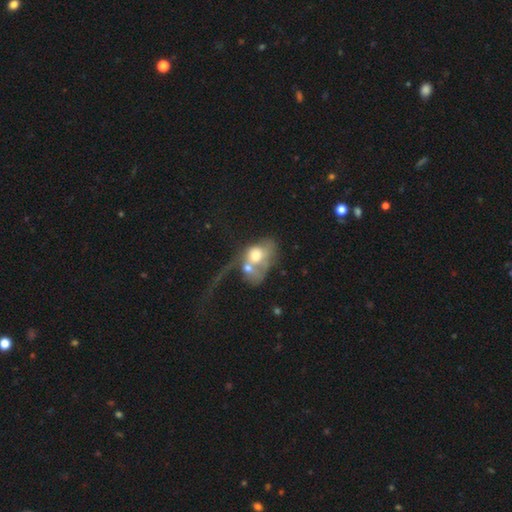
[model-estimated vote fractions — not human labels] smooth 48%, featured or disk 44%, star or artifact 9%. Down the decision tree: merging — merger (56%).